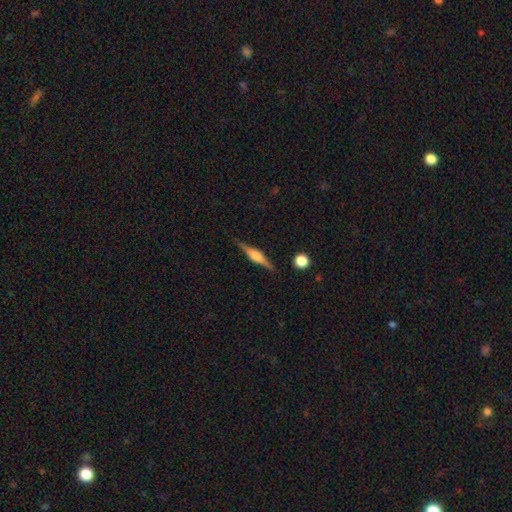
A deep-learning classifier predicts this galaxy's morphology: Smooth or featured?
  - featured or disk: 76% *
  - smooth: 17%
  - star or artifact: 7%
Edge-on disk?
  - yes: 97% *
  - no: 3%
Edge-on bulge?
  - rounded: 76% *
  - boxy: 21%
  - none: 3%
Merging?
  - none: 87% *
  - minor disturbance: 9%
  - major disturbance: 2%
  - merger: 2%